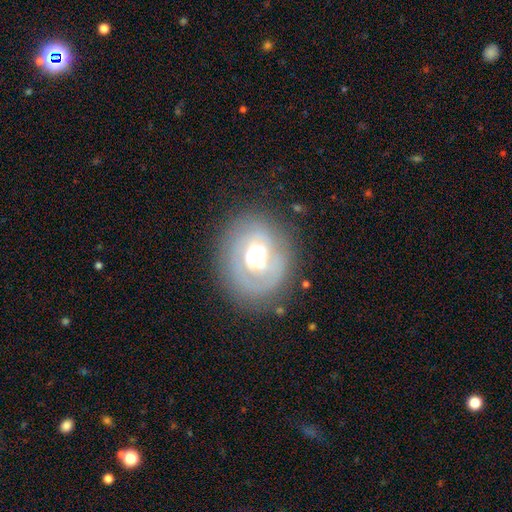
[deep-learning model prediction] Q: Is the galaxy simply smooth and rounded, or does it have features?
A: featured or disk — 62%.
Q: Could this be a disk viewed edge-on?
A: no — 96%.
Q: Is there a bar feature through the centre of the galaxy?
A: no — 56%.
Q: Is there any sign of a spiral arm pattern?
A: yes — 51%.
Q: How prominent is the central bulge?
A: moderate — 44%.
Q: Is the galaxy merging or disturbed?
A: none — 65%.